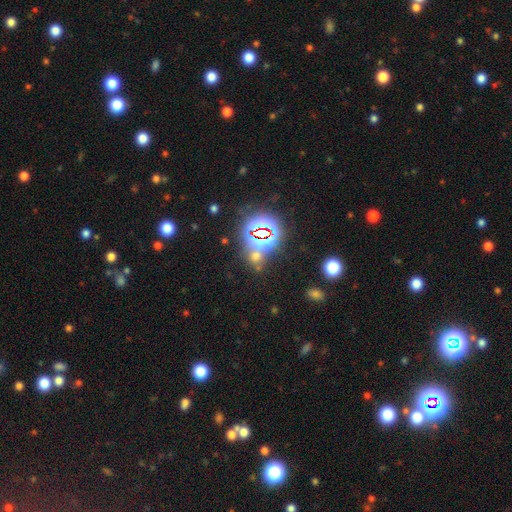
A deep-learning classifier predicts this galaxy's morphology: Q: Smooth or featured?
A: star or artifact (58%); runner-up: smooth (34%)